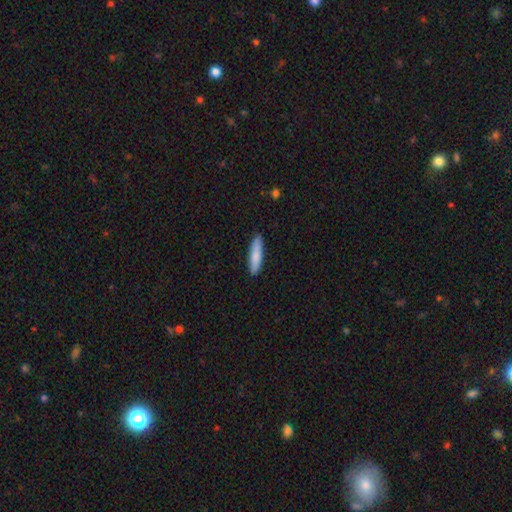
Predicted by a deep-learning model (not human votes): smooth_or_featured: smooth (p=0.82) [alt: featured or disk p=0.12]
how_rounded: cigar-shaped (p=0.81) [alt: in between p=0.18]
merging: none (p=0.89) [alt: minor disturbance p=0.08]